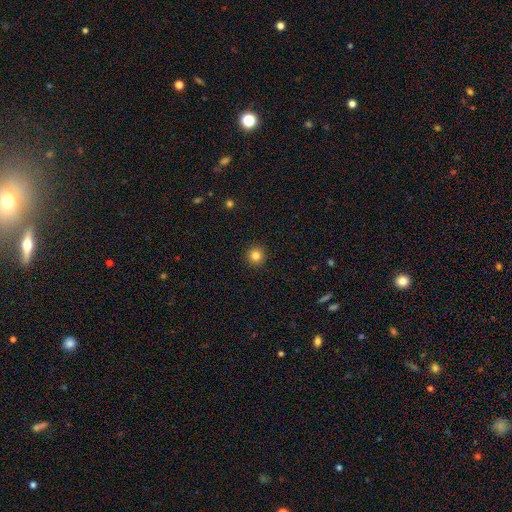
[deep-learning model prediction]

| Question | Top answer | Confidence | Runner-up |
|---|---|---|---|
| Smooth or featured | smooth | 83% | star or artifact (12%) |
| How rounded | round | 95% | in between (4%) |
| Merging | none | 93% | minor disturbance (4%) |